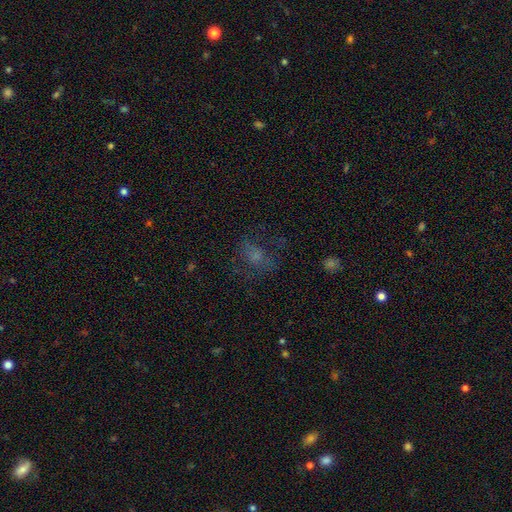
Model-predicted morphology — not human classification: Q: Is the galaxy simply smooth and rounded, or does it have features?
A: smooth — 49%.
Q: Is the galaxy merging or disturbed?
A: none — 48%.